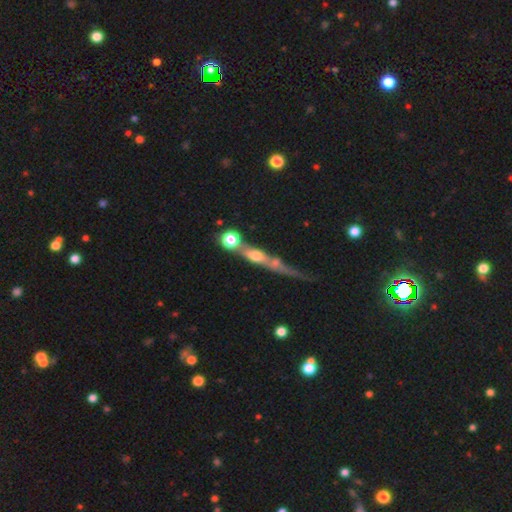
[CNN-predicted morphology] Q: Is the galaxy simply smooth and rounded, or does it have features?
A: featured or disk — 59%.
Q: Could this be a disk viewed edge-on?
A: yes — 77%.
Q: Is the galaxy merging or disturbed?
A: merger — 40%.